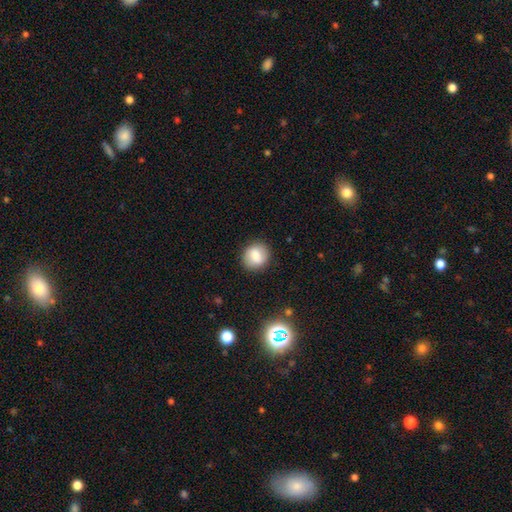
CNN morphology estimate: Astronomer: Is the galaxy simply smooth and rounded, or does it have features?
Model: smooth — 77%.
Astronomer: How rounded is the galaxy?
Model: round — 76%.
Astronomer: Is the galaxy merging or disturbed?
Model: none — 87%.